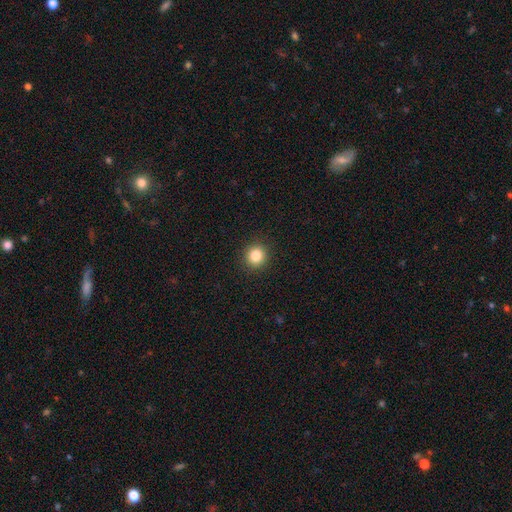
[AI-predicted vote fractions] This is clearly a smooth galaxy (84%). How rounded: clearly round (92%). Merging: clearly none (92%).